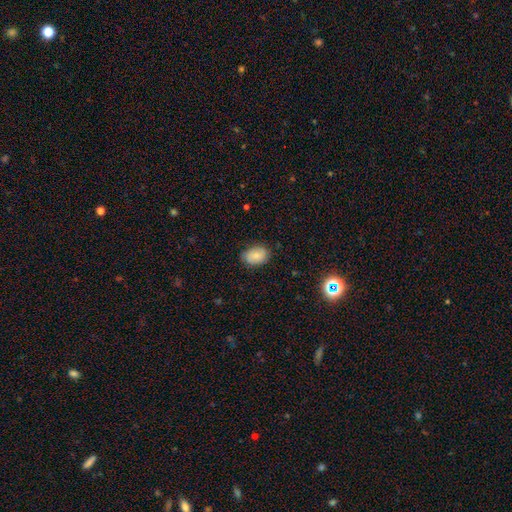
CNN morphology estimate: Q: Smooth or featured?
A: smooth (80%); runner-up: featured or disk (12%)
Q: How rounded?
A: in between (78%); runner-up: round (21%)
Q: Merging?
A: none (80%); runner-up: minor disturbance (16%)